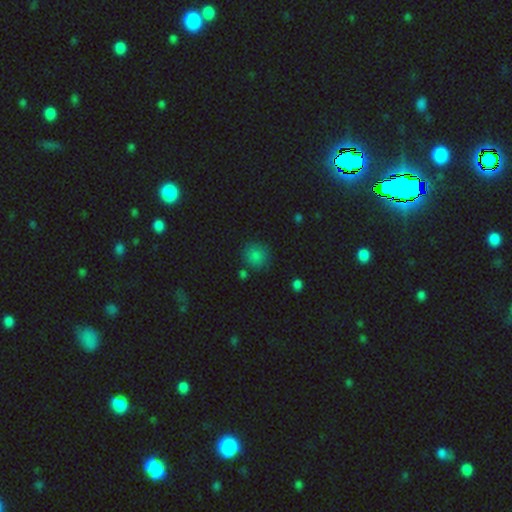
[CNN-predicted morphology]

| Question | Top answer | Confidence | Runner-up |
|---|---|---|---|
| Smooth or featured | smooth | 81% | star or artifact (13%) |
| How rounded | round | 89% | in between (10%) |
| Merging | none | 80% | minor disturbance (12%) |